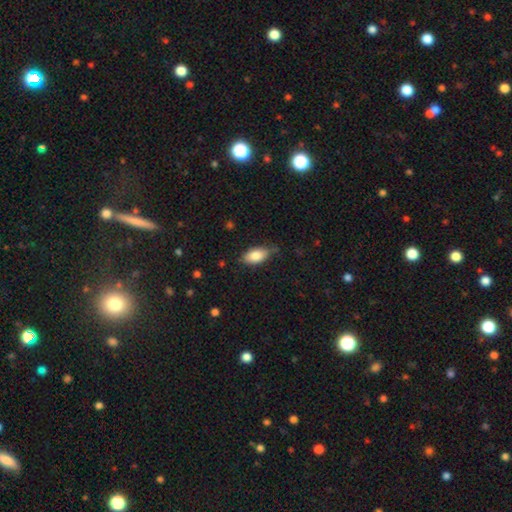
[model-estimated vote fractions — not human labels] Smooth or featured: smooth — 82% (featured or disk — 11%)
How rounded: in between — 92% (cigar-shaped — 4%)
Merging: none — 74% (minor disturbance — 21%)